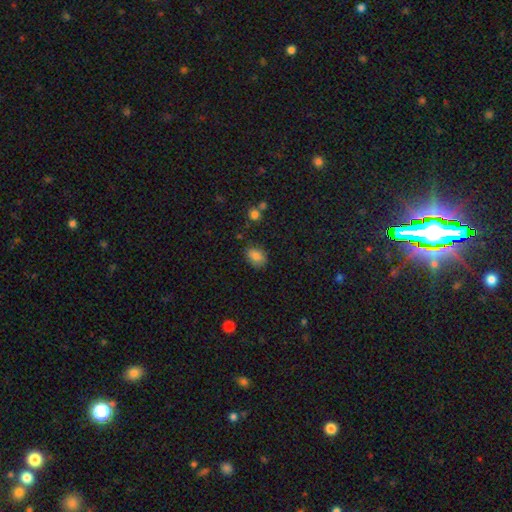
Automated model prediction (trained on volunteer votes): A smooth galaxy with no disk features (85%) that is in between round and cigar-shaped (76%). Merging: none (78%).